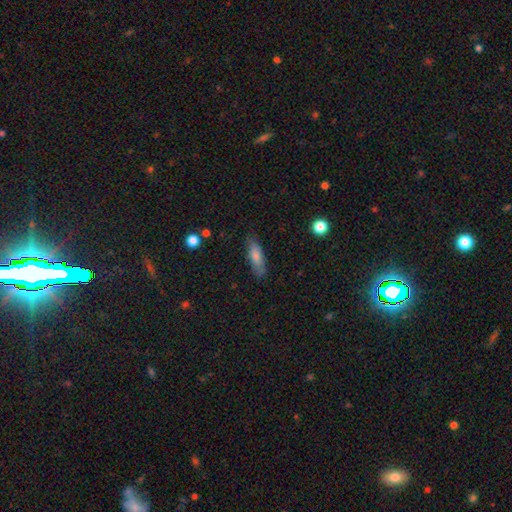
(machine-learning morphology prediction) This appears to be a smooth galaxy with no disk features (70%) that is cigar-shaped (52%). Merging: none (83%).